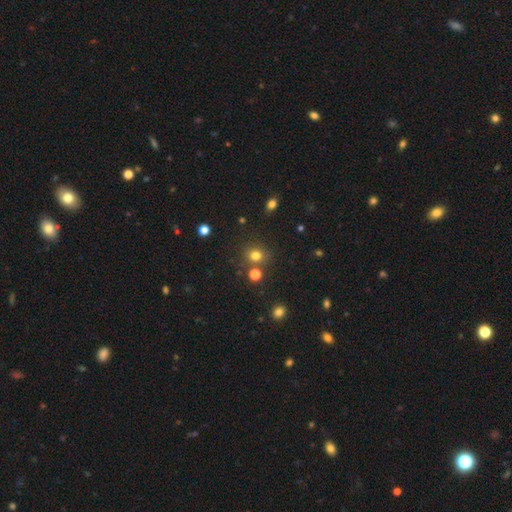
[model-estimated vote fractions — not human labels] The model was most divided on "how rounded": round: 79%, in between: 20%, cigar-shaped: 1%. More confident: smooth or featured — smooth (77%); merging — none (76%).